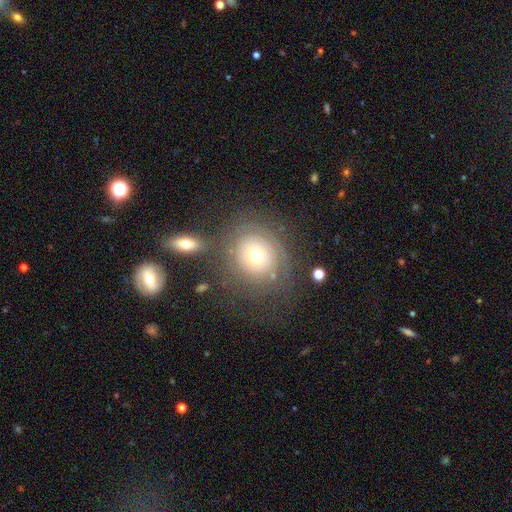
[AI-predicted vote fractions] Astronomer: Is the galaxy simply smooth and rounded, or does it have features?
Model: featured or disk — 47% (runner-up: smooth, 42%).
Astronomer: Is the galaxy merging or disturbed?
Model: none — 66%.